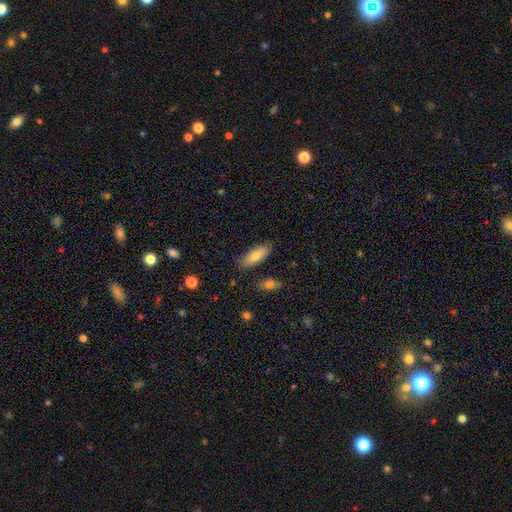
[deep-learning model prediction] smooth 77%, featured or disk 16%, star or artifact 7%. Down the decision tree: how rounded — in between (74%); merging — none (81%).